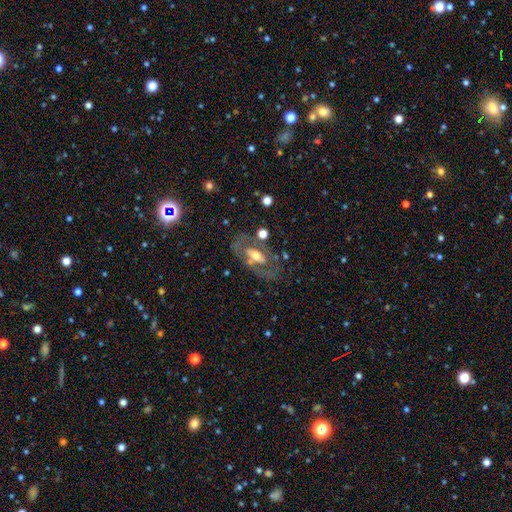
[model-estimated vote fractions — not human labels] The model was most divided on "bar": no: 51%, weak: 27%, strong: 22%. More confident: edge-on disk — no (85%); spiral arms — no (67%); smooth or featured — featured or disk (66%); bulge size — moderate (64%); merging — none (63%).